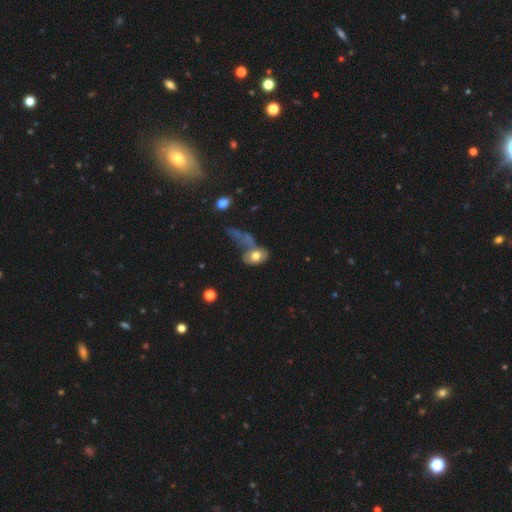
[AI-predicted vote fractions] Smooth or featured?
  - smooth: 64% *
  - featured or disk: 26%
  - star or artifact: 9%
How rounded?
  - in between: 76% *
  - round: 22%
  - cigar-shaped: 3%
Merging?
  - merger: 33% *
  - none: 26%
  - major disturbance: 26%
  - minor disturbance: 15%